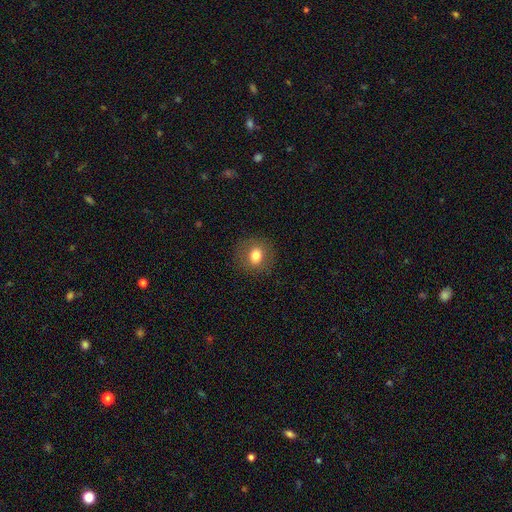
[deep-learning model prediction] Q: Smooth or featured?
A: smooth (75%); runner-up: featured or disk (14%)
Q: How rounded?
A: round (74%); runner-up: in between (25%)
Q: Merging?
A: none (85%); runner-up: minor disturbance (10%)